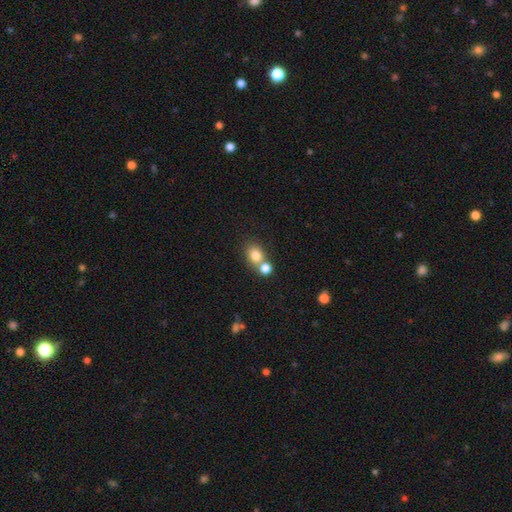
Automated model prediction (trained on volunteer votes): A smooth galaxy with no disk features (80%) that is round (62%). Merging: none (47%).